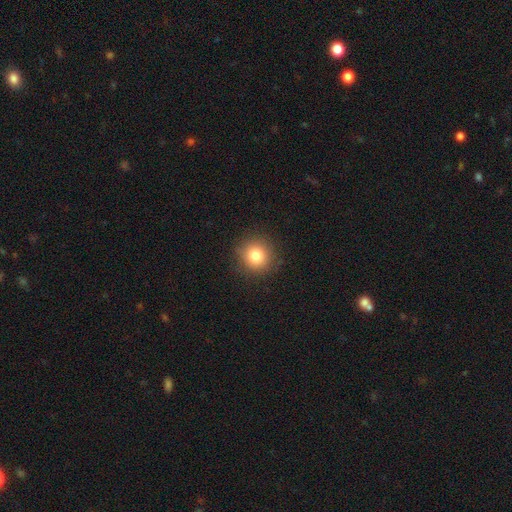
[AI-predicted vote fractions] smooth 81%, star or artifact 11%, featured or disk 7%. Down the decision tree: how rounded — round (92%); merging — none (89%).